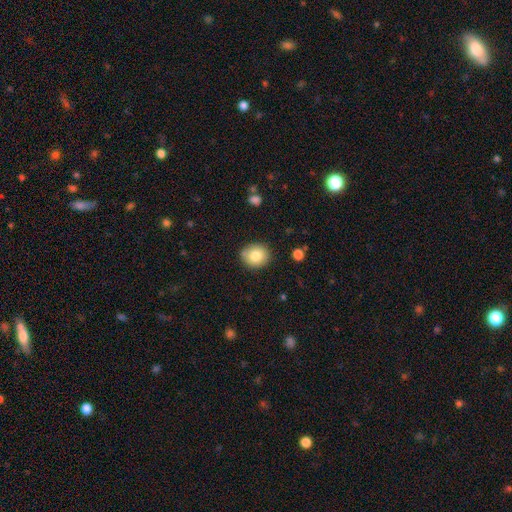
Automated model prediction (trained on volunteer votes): The model was most divided on "how rounded": round: 76%, in between: 23%, cigar-shaped: 1%. More confident: merging — none (82%); smooth or featured — smooth (81%).